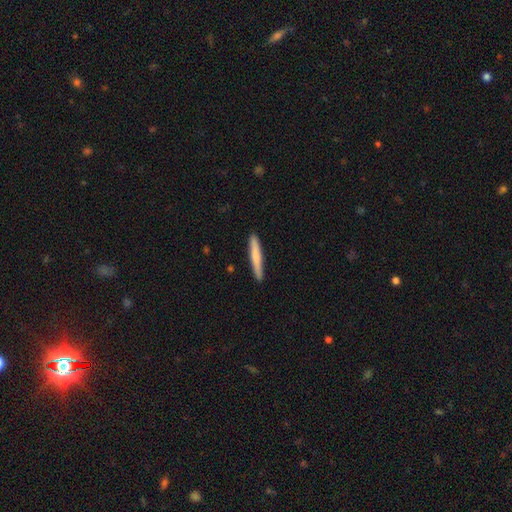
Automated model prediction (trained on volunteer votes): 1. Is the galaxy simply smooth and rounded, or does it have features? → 71% smooth, 24% featured or disk, 5% star or artifact.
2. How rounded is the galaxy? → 95% cigar-shaped, 4% in between, 1% round.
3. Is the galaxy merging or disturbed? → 91% none, 7% minor disturbance, 1% major disturbance, 1% merger.